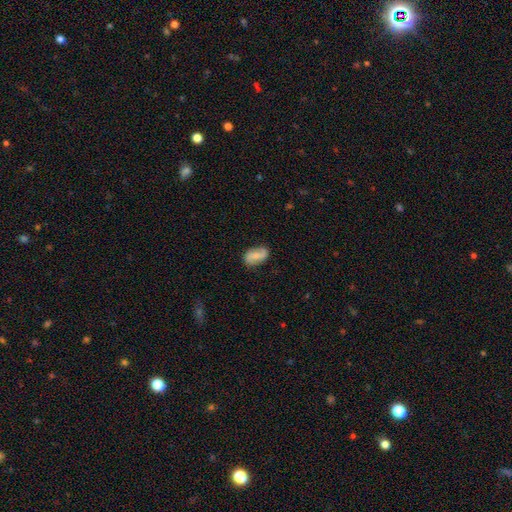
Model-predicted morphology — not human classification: The model was most divided on "smooth or featured": featured or disk: 47%, smooth: 46%, star or artifact: 8%. More confident: merging — none (78%).